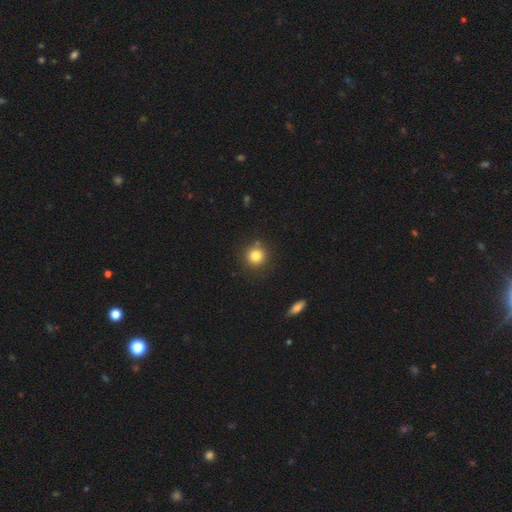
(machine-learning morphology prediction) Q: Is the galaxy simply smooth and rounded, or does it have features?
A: smooth — 83%.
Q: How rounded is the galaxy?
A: round — 92%.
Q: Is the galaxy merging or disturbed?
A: none — 84%.